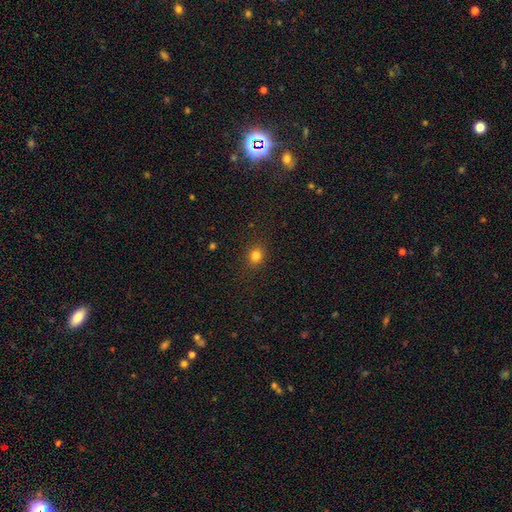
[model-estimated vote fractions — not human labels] A smooth galaxy with no disk features (82%) that is round (67%). Merging: none (88%).